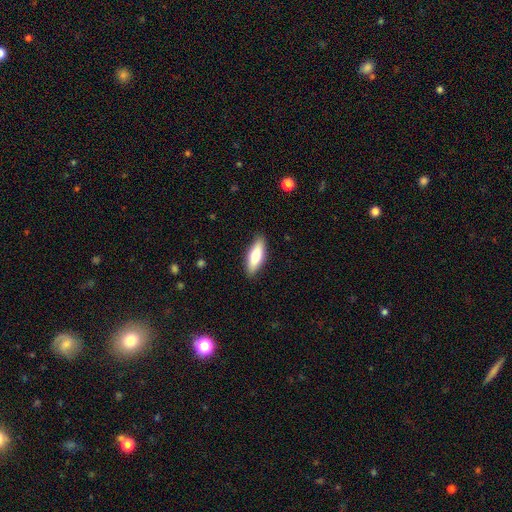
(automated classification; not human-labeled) This is likely a smooth galaxy (70%). How rounded: possibly in between (57%). Merging: clearly none (89%).